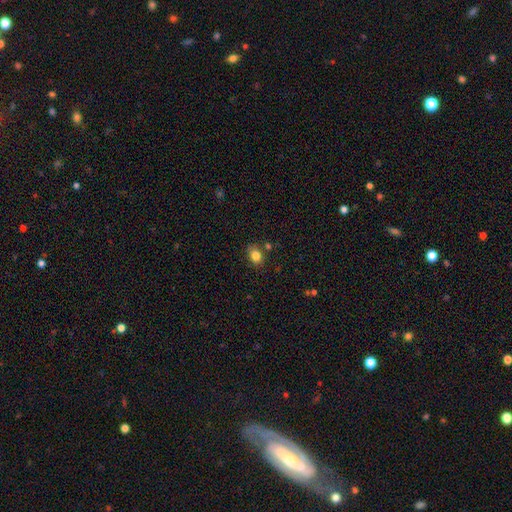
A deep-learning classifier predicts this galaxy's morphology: Q: Smooth or featured?
A: smooth (82%); runner-up: star or artifact (10%)
Q: How rounded?
A: in between (54%); runner-up: round (45%)
Q: Merging?
A: none (75%); runner-up: minor disturbance (15%)